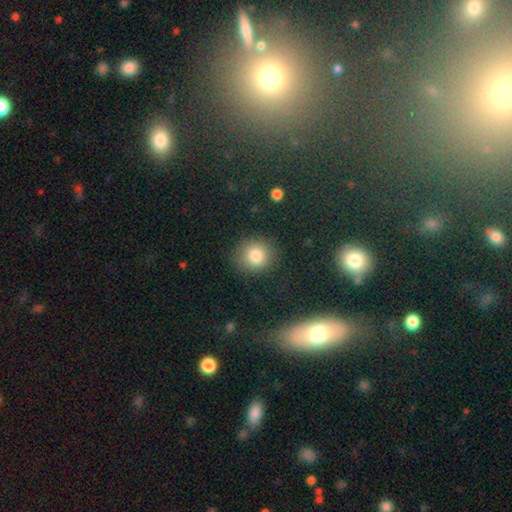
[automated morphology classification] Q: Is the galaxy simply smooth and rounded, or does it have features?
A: smooth — 82%.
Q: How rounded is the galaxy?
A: round — 86%.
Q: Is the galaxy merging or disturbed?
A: none — 87%.